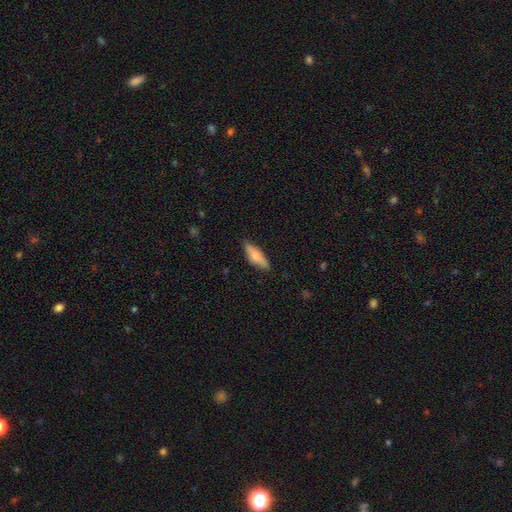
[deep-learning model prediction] Morphology: type=smooth (67%); roundness=in between (54%); merging=none (84%).